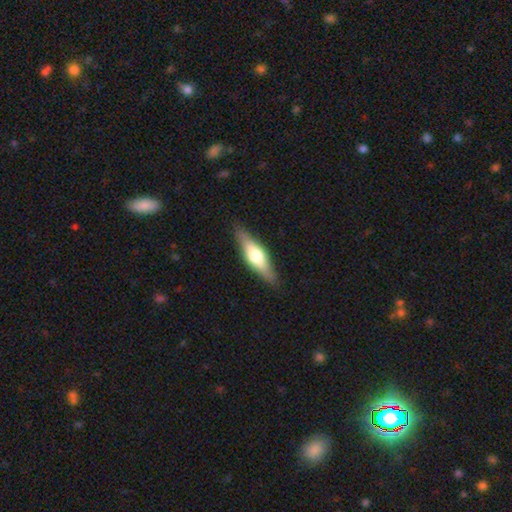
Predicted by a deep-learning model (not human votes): A featured or disk galaxy (51%) viewed edge-on (90%).

Vote fractions:
- Smooth or featured? featured or disk: 51% / smooth: 43% / star or artifact: 5%
- Edge-on disk? yes: 90% / no: 10%
- Merging? none: 86% / minor disturbance: 10% / major disturbance: 2% / merger: 1%